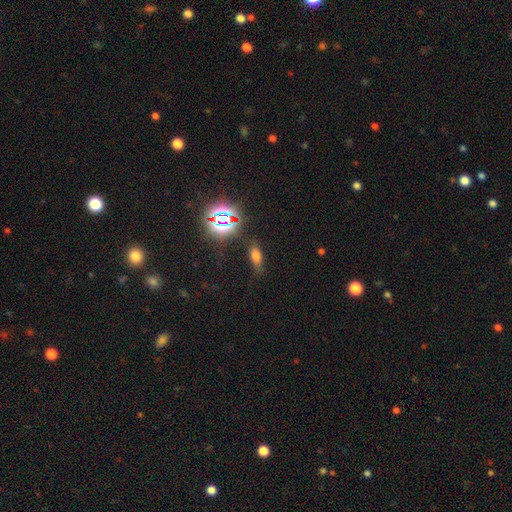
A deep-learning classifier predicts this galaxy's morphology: Smooth or featured?
  - smooth: 63% *
  - star or artifact: 25%
  - featured or disk: 12%
How rounded?
  - in between: 71% *
  - cigar-shaped: 22%
  - round: 7%
Merging?
  - none: 76% *
  - minor disturbance: 16%
  - major disturbance: 5%
  - merger: 3%